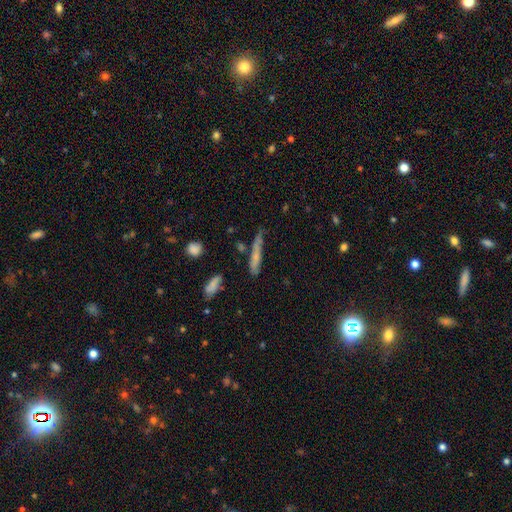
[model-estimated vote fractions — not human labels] smooth 58%, featured or disk 31%, star or artifact 11%. Down the decision tree: how rounded — cigar-shaped (89%); merging — none (60%).